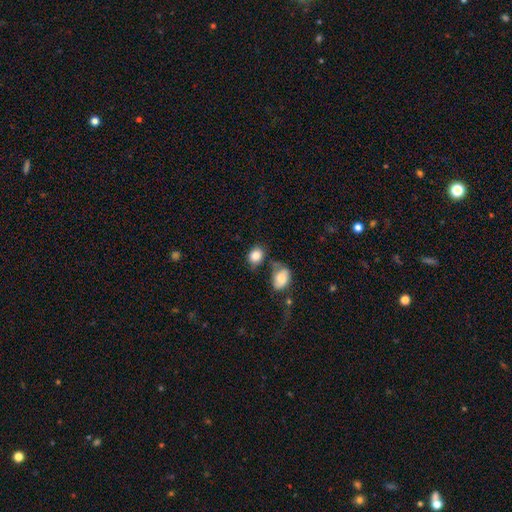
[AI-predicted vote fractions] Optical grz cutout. It shows a smooth galaxy with no disk features (83%) that is in between round and cigar-shaped (53%). Merging: none (51%).